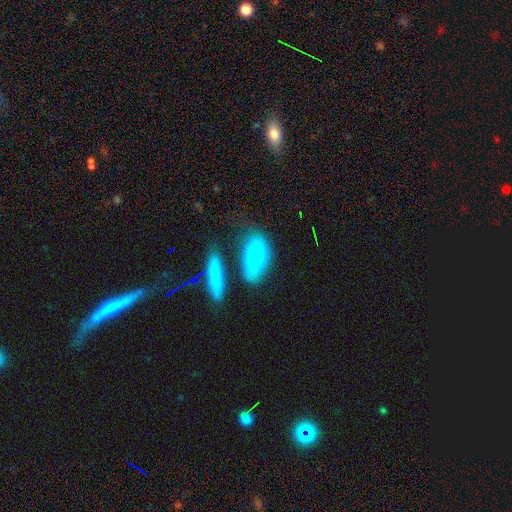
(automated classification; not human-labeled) Smooth or featured? smooth (68%)
How rounded? in between (85%)
Merging? none (50%)